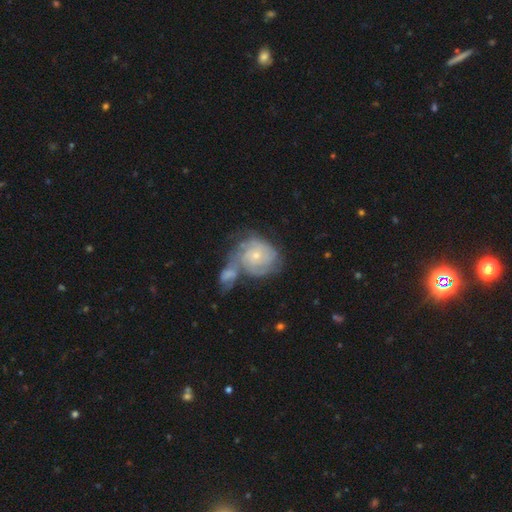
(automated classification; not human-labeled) A featured or disk galaxy (75%) with no bar (79%), tight (70%) spiral arms (90%) and a small central bulge (69%).

Vote fractions:
- Smooth or featured? featured or disk: 75% / smooth: 19% / star or artifact: 6%
- Edge-on disk? no: 97% / yes: 3%
- Bar? no: 79% / weak: 17% / strong: 3%
- Spiral arms? yes: 90% / no: 10%
- Spiral winding? tight: 70% / medium: 23% / loose: 7%
- Spiral arm count? can't tell: 42% / 3: 19% / 2: 18% / 4: 10% / more than 4: 5% / 1: 5%
- Bulge size? small: 69% / moderate: 27% / none: 2% / large: 1% / dominant: 1%
- Merging? merger: 57% / none: 24% / minor disturbance: 12% / major disturbance: 8%